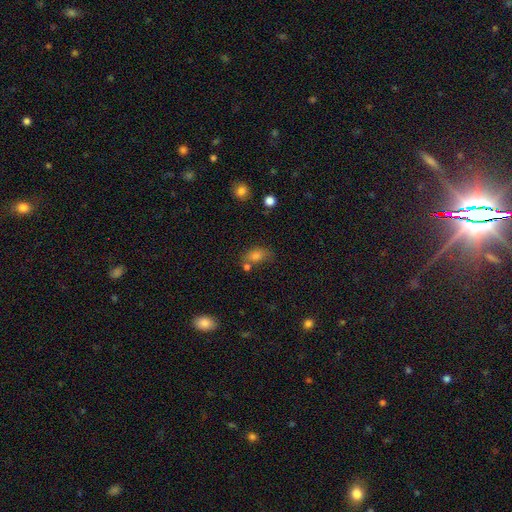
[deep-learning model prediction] Q: Smooth or featured?
A: smooth (76%); runner-up: star or artifact (13%)
Q: How rounded?
A: in between (79%); runner-up: round (18%)
Q: Merging?
A: none (52%); runner-up: merger (21%)